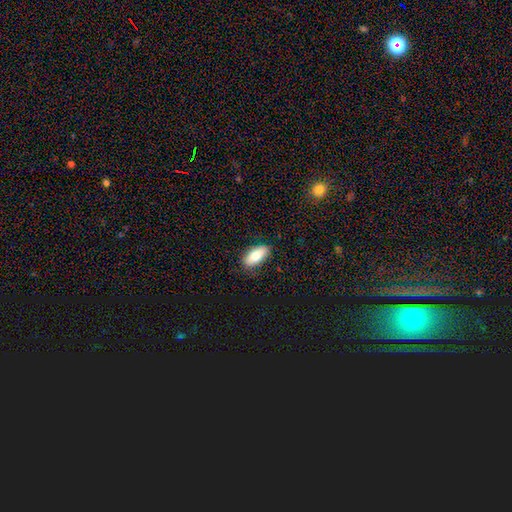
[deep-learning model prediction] This is likely a smooth galaxy (79%). How rounded: clearly in between (85%). Merging: clearly none (84%).